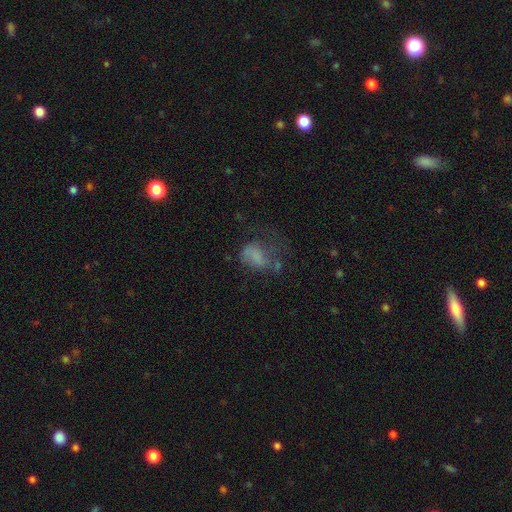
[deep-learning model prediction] A smooth galaxy with no disk features (55%) that is in between round and cigar-shaped (74%).

Vote fractions:
- Smooth or featured? smooth: 55% / featured or disk: 31% / star or artifact: 15%
- How rounded? in between: 74% / round: 24% / cigar-shaped: 2%
- Merging? major disturbance: 48% / none: 25% / minor disturbance: 21% / merger: 7%